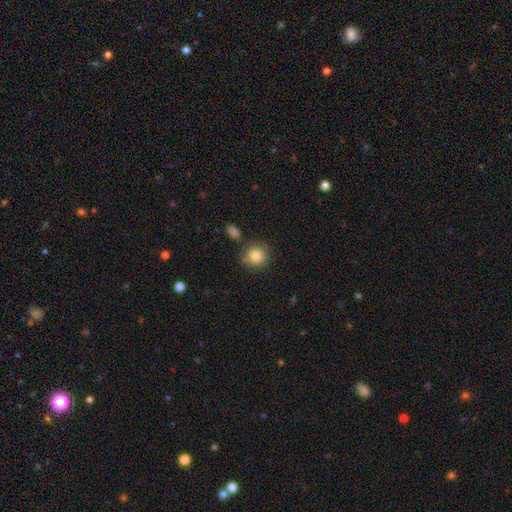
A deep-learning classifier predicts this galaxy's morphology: Smooth or featured: smooth — 84% (star or artifact — 9%)
How rounded: round — 90% (in between — 9%)
Merging: none — 77% (minor disturbance — 13%)